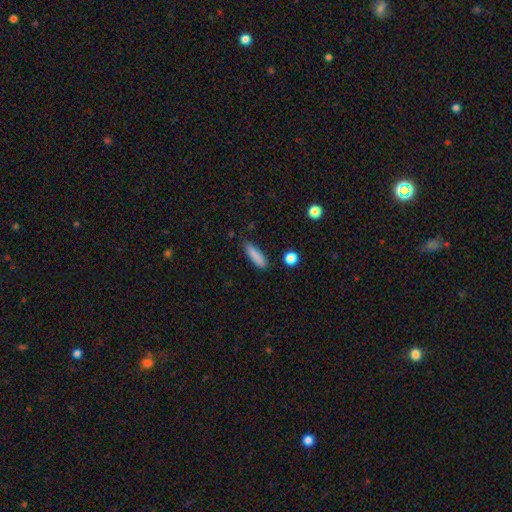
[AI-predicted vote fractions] smooth-or-featured: smooth: 85% | star or artifact: 7% | featured or disk: 7%
  how-rounded: cigar-shaped: 73% | in between: 25% | round: 2%
  merging: none: 81% | minor disturbance: 14% | major disturbance: 3% | merger: 2%